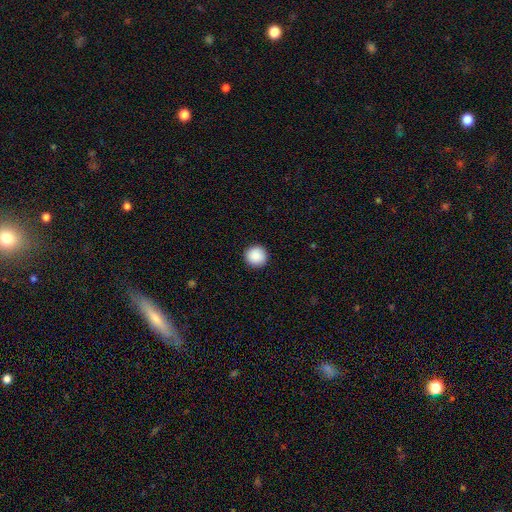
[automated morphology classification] smooth-or-featured: smooth: 88% | star or artifact: 8% | featured or disk: 4%
  how-rounded: round: 95% | in between: 4% | cigar-shaped: 1%
  merging: none: 93% | minor disturbance: 5% | major disturbance: 2% | merger: 1%